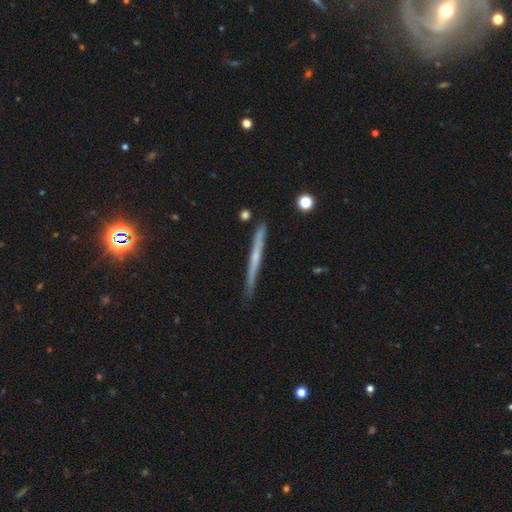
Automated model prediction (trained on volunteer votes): Morphology: type=featured or disk (59%); edge-on=yes (97%); edge-on bulge=none (67%); merging=none (88%).